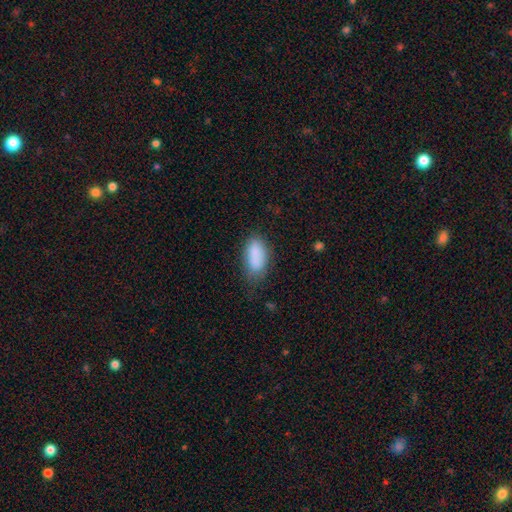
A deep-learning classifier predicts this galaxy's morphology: smooth_or_featured: smooth (p=0.85) [alt: featured or disk p=0.08]
how_rounded: in between (p=0.90) [alt: cigar-shaped p=0.06]
merging: none (p=0.66) [alt: minor disturbance p=0.24]